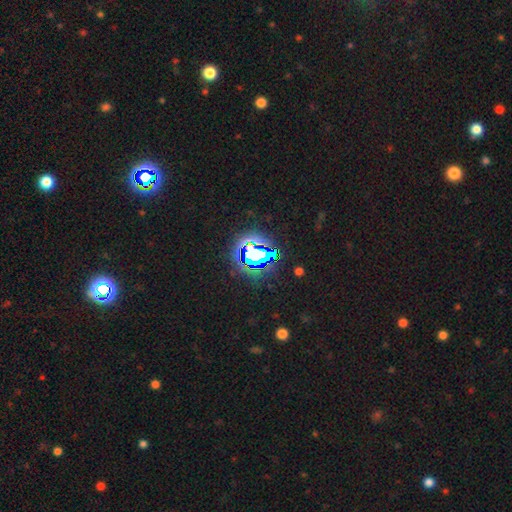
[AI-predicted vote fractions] Smooth or featured: star or artifact — 74% (smooth — 15%)